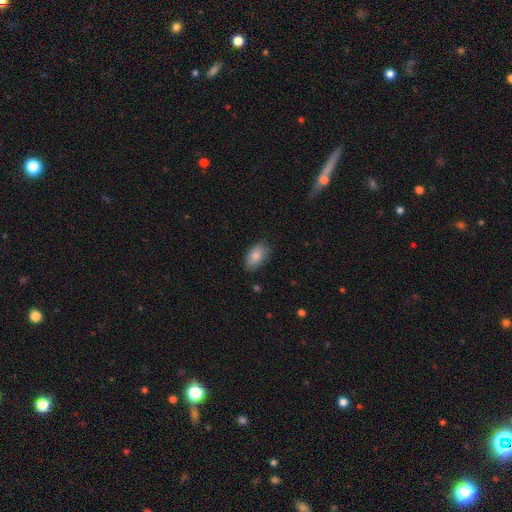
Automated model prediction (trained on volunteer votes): This is clearly a smooth galaxy (84%). How rounded: clearly in between (93%). Merging: clearly none (82%).